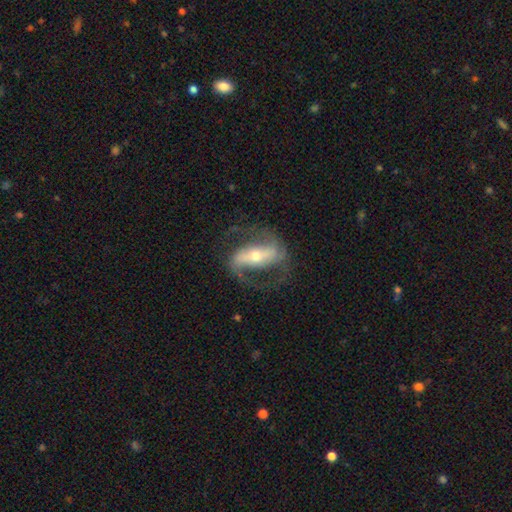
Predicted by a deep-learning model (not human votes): A featured or disk galaxy (85%) with a strong bar (60%), 2 (90%) medium (51%) spiral arms (91%) and a moderate central bulge (54%). Merging: none (72%).